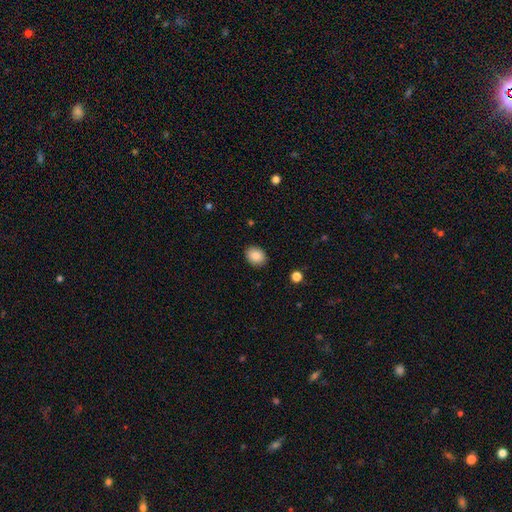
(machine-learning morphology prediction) A smooth galaxy with no disk features (87%) that is in between round and cigar-shaped (55%). Merging: none (89%).